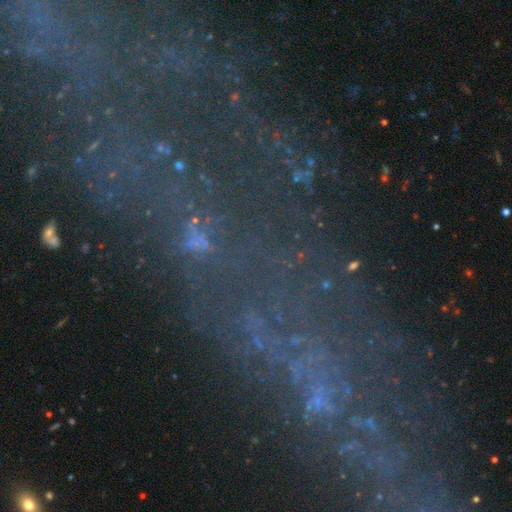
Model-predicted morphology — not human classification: A star or artifact, not a galaxy (58%).

Vote fractions:
- Smooth or featured? star or artifact: 58% / featured or disk: 26% / smooth: 16%